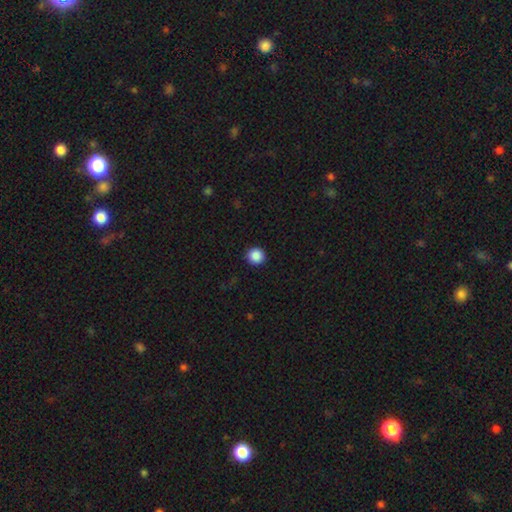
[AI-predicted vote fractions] This is clearly a smooth galaxy (88%). How rounded: clearly round (94%). Merging: clearly none (93%).